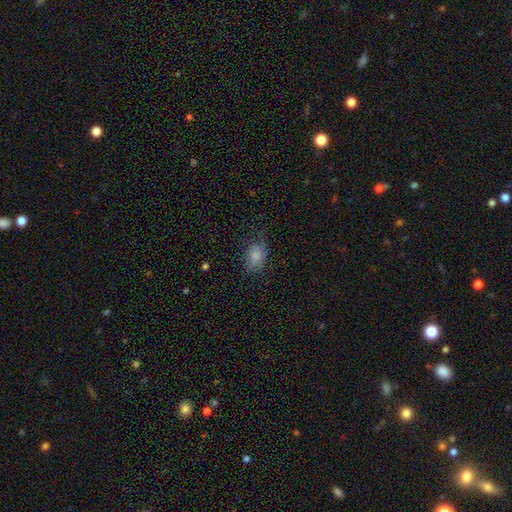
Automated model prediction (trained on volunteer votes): smooth-or-featured: smooth: 76% | featured or disk: 14% | star or artifact: 10%
  how-rounded: in between: 83% | round: 15% | cigar-shaped: 2%
  merging: none: 58% | minor disturbance: 26% | major disturbance: 14% | merger: 2%